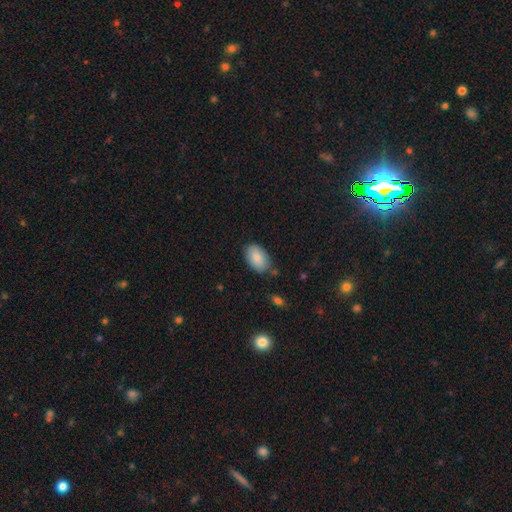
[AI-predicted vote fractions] Smooth or featured?
  - smooth: 86% *
  - featured or disk: 8%
  - star or artifact: 6%
How rounded?
  - in between: 93% *
  - round: 6%
  - cigar-shaped: 1%
Merging?
  - none: 76% *
  - minor disturbance: 17%
  - major disturbance: 3%
  - merger: 3%